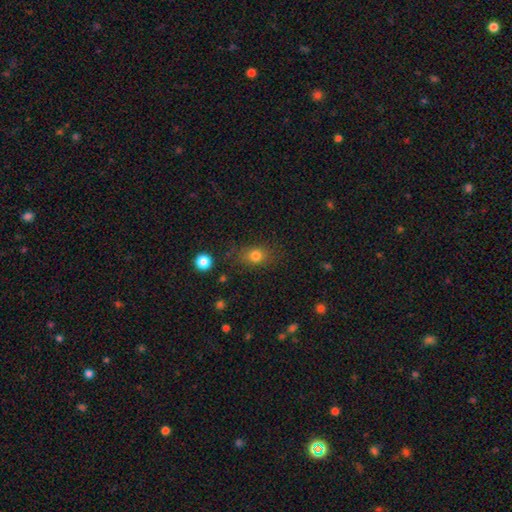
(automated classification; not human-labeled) A smooth galaxy with no disk features (78%) that is in between round and cigar-shaped (52%). Merging: none (76%).